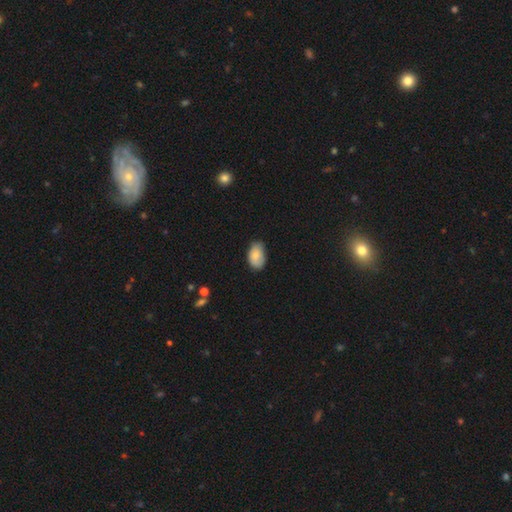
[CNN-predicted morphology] This appears to be a smooth galaxy with no disk features (82%) that is in between round and cigar-shaped (91%). Merging: none (67%).